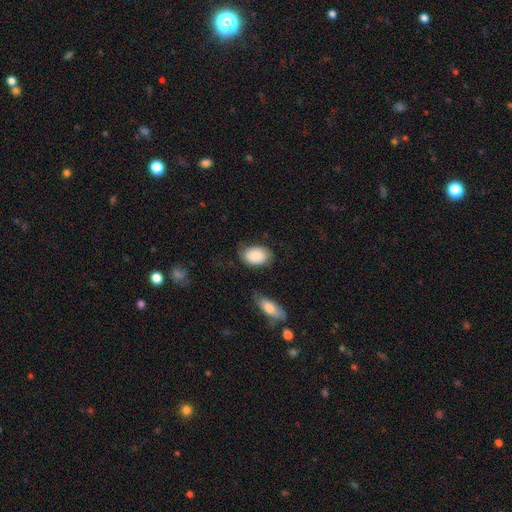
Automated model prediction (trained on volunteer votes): Overall: smooth (79%). How rounded: in between (84%). Merging: none (66%).